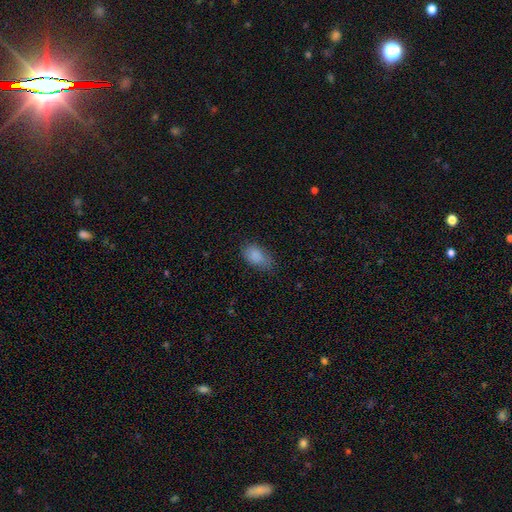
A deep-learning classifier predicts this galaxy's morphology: Smooth or featured? smooth (86%)
How rounded? in between (92%)
Merging? none (70%)